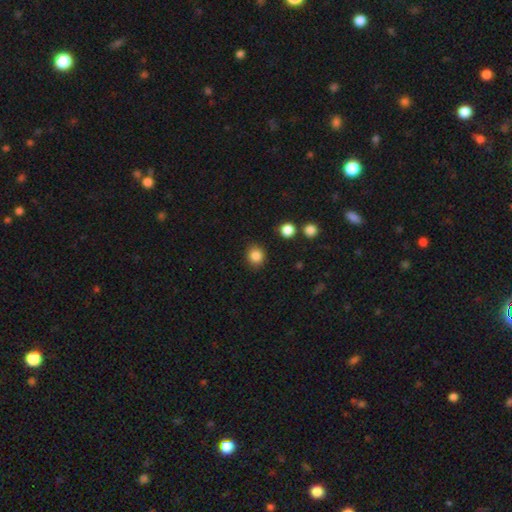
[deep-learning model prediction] A smooth galaxy with no disk features (86%) that is round (80%). Merging: none (88%).